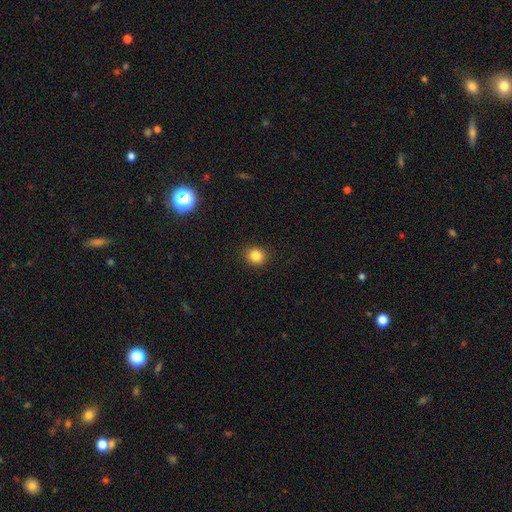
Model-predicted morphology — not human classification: Overall: smooth (85%). How rounded: round (79%). Merging: none (90%).